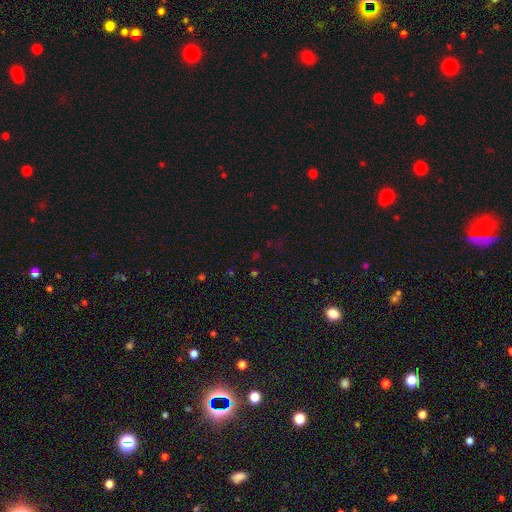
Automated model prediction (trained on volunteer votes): smooth-or-featured: star or artifact: 63% | smooth: 30% | featured or disk: 8%